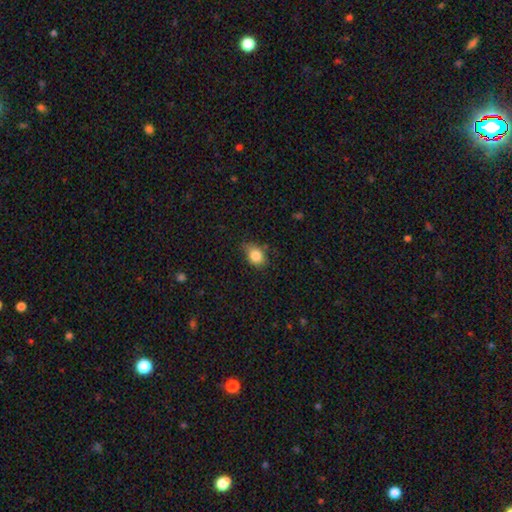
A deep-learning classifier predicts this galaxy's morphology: Smooth or featured: smooth — 84% (star or artifact — 9%)
How rounded: in between — 66% (round — 32%)
Merging: none — 67% (minor disturbance — 27%)